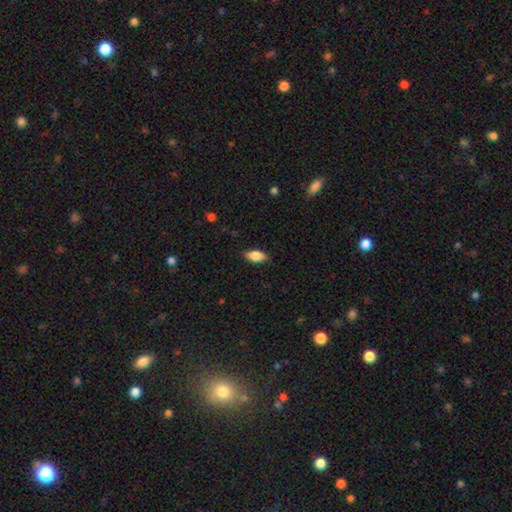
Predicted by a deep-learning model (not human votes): smooth_or_featured: smooth (p=0.82) [alt: featured or disk p=0.11]
how_rounded: in between (p=0.88) [alt: cigar-shaped p=0.09]
merging: none (p=0.86) [alt: minor disturbance p=0.10]